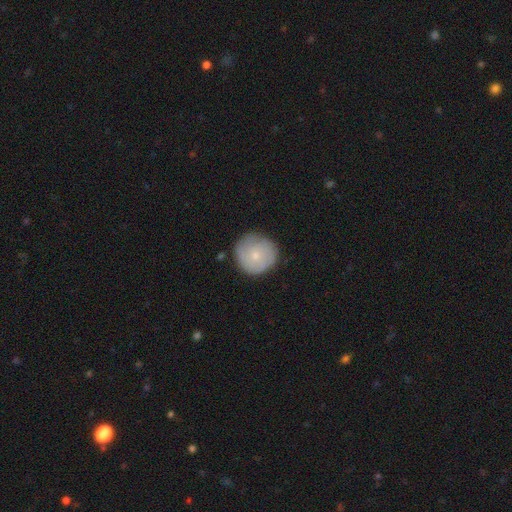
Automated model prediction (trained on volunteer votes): smooth 62%, featured or disk 31%, star or artifact 7%. Down the decision tree: how rounded — round (93%); merging — none (77%).